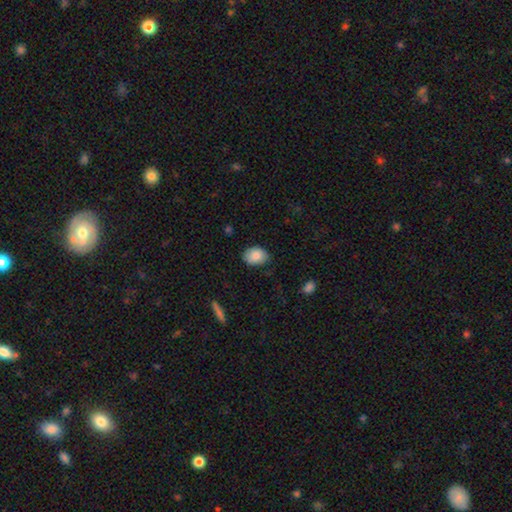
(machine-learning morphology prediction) Smooth or featured? smooth (86%)
How rounded? in between (75%)
Merging? none (79%)